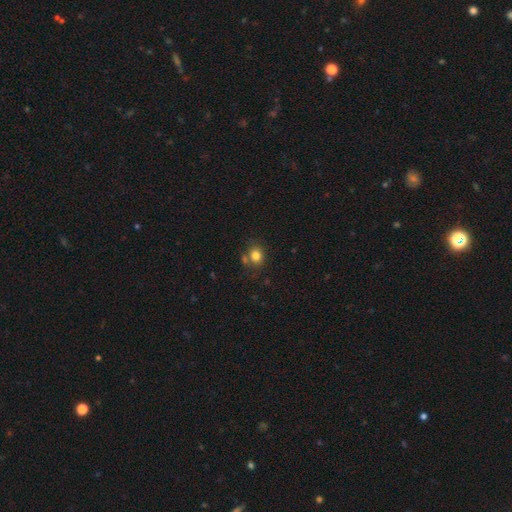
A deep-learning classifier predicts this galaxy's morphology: Smooth or featured?
  - smooth: 81% *
  - star or artifact: 12%
  - featured or disk: 7%
How rounded?
  - round: 65% *
  - in between: 34%
  - cigar-shaped: 1%
Merging?
  - none: 67% *
  - merger: 16%
  - minor disturbance: 13%
  - major disturbance: 4%